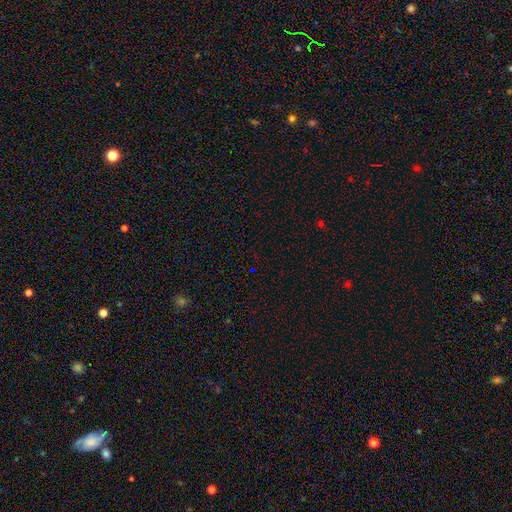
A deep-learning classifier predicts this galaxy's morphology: star or artifact 71%, smooth 23%, featured or disk 7%.